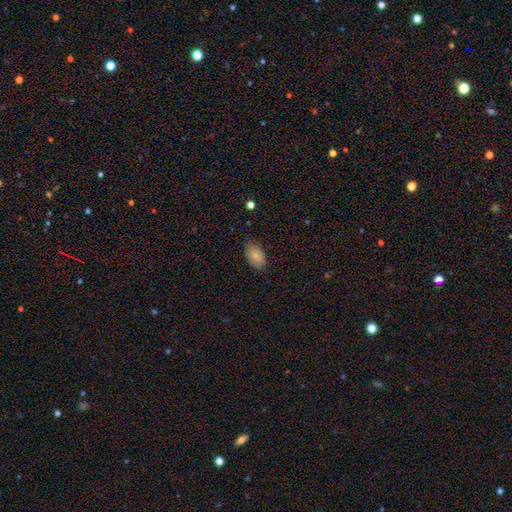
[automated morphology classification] smooth 83%, featured or disk 9%, star or artifact 7%. Down the decision tree: how rounded — in between (93%); merging — none (81%).